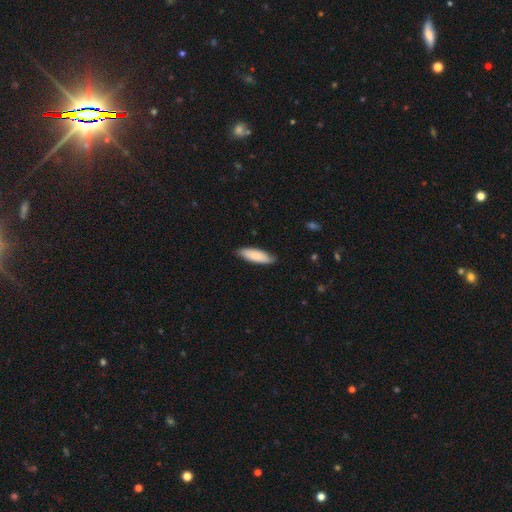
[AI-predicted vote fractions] smooth-or-featured: smooth: 85% | featured or disk: 9% | star or artifact: 5%
  how-rounded: in between: 51% | cigar-shaped: 48% | round: 1%
  merging: none: 83% | minor disturbance: 14% | major disturbance: 2% | merger: 1%